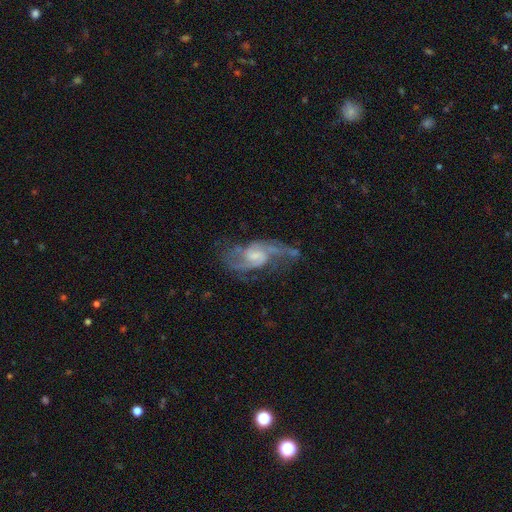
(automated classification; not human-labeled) Smooth or featured? featured or disk (87%)
Edge-on disk? no (97%)
Bar? weak (52%)
Spiral arms? yes (96%)
Spiral winding? medium (50%)
Spiral arm count? 2 (81%)
Bulge size? small (46%)
Merging? none (56%)